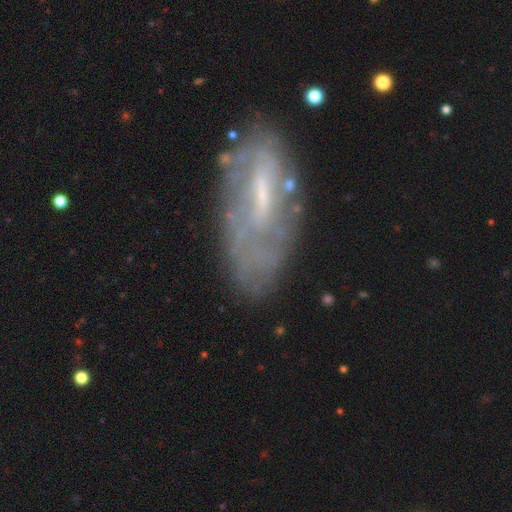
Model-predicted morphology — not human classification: featured or disk 64%, smooth 26%, star or artifact 10%. Down the decision tree: edge-on disk — no (86%); bar — weak (45%); spiral arms — yes (53%); bulge size — small (42%); merging — none (66%).